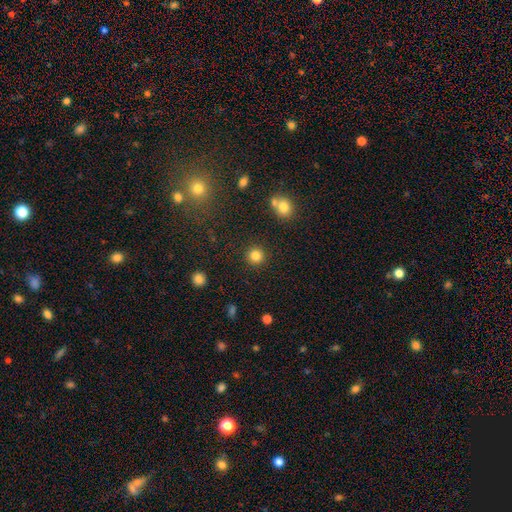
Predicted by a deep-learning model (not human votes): Morphology: type=smooth (83%); roundness=round (94%); merging=none (91%).